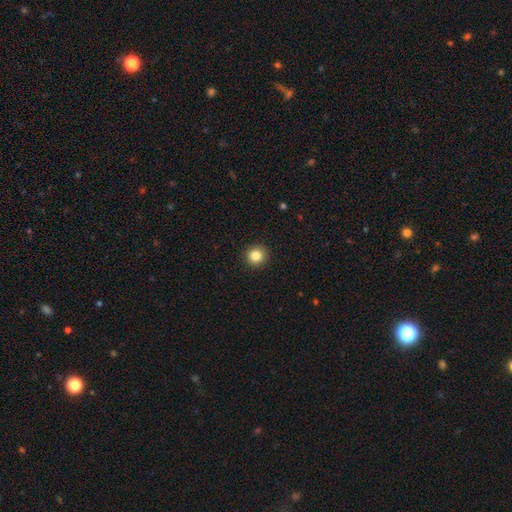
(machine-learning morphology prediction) Smooth or featured? smooth (84%)
How rounded? round (94%)
Merging? none (93%)